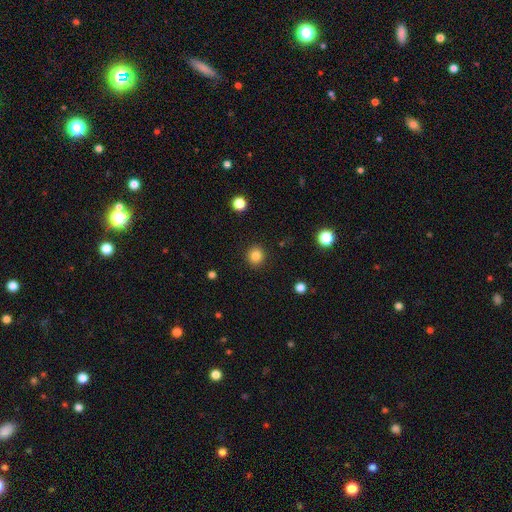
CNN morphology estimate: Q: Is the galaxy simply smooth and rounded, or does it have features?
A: smooth — 84%.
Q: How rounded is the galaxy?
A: round — 90%.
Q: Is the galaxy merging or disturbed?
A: none — 91%.